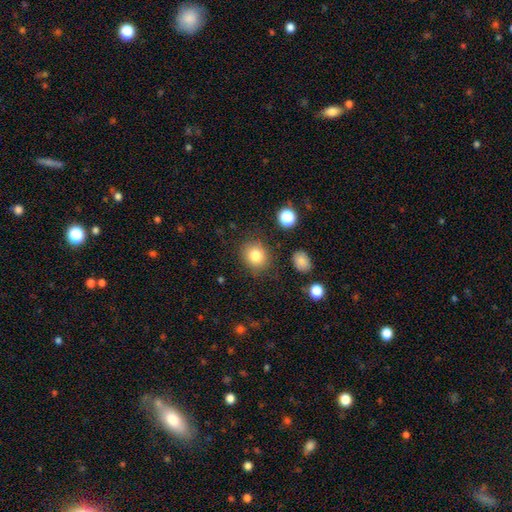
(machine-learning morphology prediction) Overall: smooth (81%). How rounded: round (74%). Merging: none (83%).